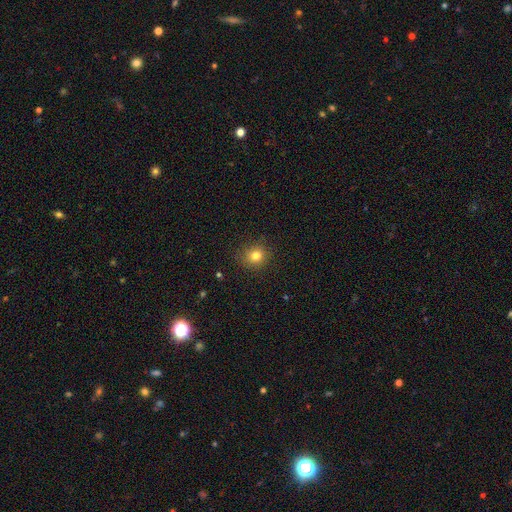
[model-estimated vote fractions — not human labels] Q: Smooth or featured?
A: smooth (81%); runner-up: star or artifact (13%)
Q: How rounded?
A: round (85%); runner-up: in between (14%)
Q: Merging?
A: none (87%); runner-up: minor disturbance (9%)